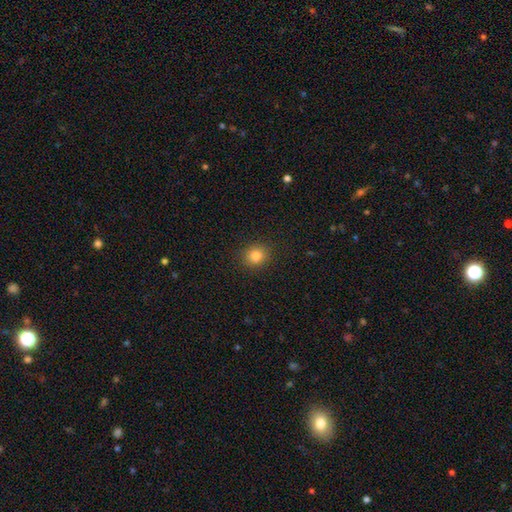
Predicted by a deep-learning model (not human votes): smooth_or_featured: smooth (p=0.83) [alt: star or artifact p=0.11]
how_rounded: round (p=0.80) [alt: in between p=0.19]
merging: none (p=0.90) [alt: minor disturbance p=0.07]